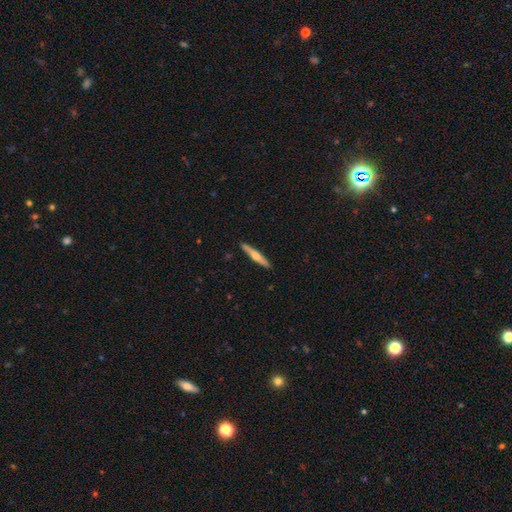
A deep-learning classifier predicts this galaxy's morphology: A featured or disk galaxy (51%) viewed edge-on (96%).

Vote fractions:
- Smooth or featured? featured or disk: 51% / smooth: 44% / star or artifact: 5%
- Edge-on disk? yes: 96% / no: 4%
- Merging? none: 90% / minor disturbance: 7% / major disturbance: 1% / merger: 1%